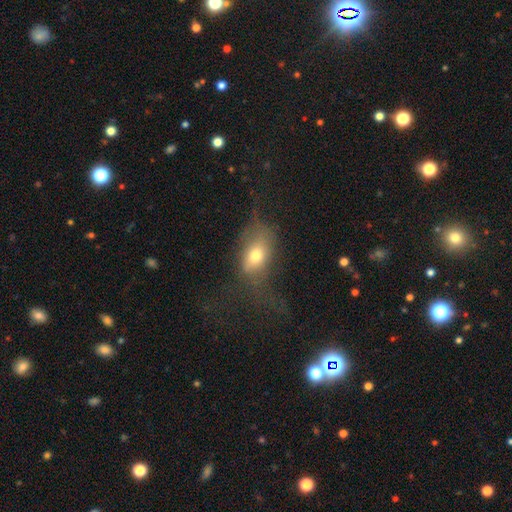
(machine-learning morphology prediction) A smooth galaxy with no disk features (67%) that is in between round and cigar-shaped (82%).

Vote fractions:
- Smooth or featured? smooth: 67% / featured or disk: 22% / star or artifact: 11%
- How rounded? in between: 82% / round: 14% / cigar-shaped: 4%
- Merging? major disturbance: 39% / none: 34% / minor disturbance: 23% / merger: 3%